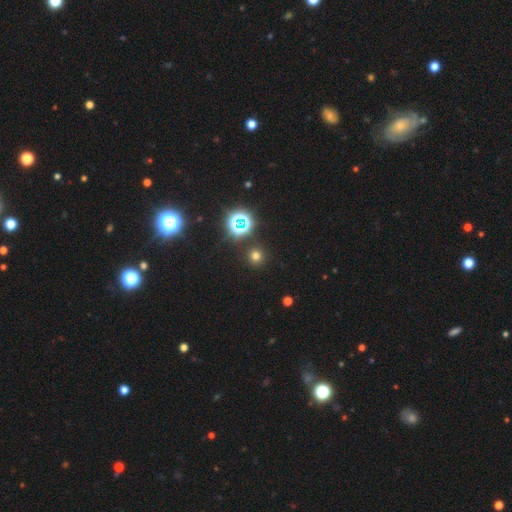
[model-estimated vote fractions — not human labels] This is likely a smooth galaxy (65%). How rounded: clearly round (93%). Merging: clearly none (90%).